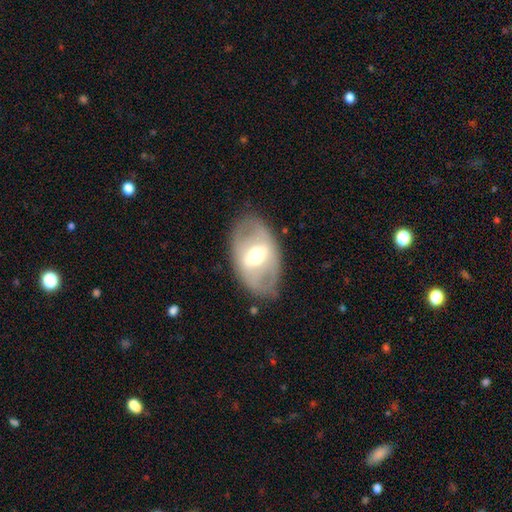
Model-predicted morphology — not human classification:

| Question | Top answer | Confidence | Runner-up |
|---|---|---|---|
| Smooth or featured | featured or disk | 62% | smooth (31%) |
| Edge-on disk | no | 88% | yes (12%) |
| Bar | strong | 42% | weak (37%) |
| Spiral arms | no | 70% | yes (30%) |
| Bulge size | moderate | 65% | large (21%) |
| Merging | none | 77% | minor disturbance (14%) |